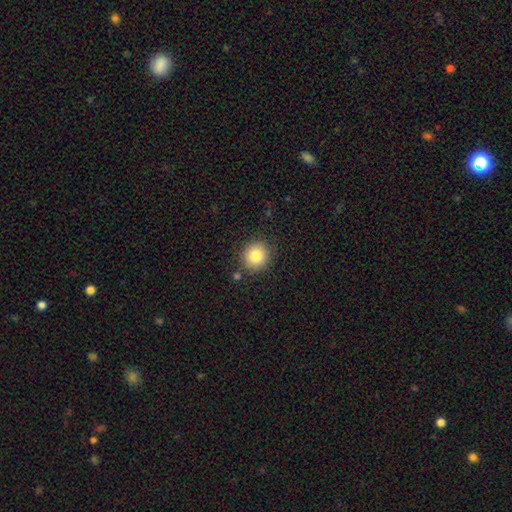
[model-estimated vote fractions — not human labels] A smooth galaxy with no disk features (84%) that is round (86%).

Vote fractions:
- Smooth or featured? smooth: 84% / star or artifact: 10% / featured or disk: 7%
- How rounded? round: 86% / in between: 13% / cigar-shaped: 1%
- Merging? none: 85% / minor disturbance: 9% / merger: 3% / major disturbance: 3%